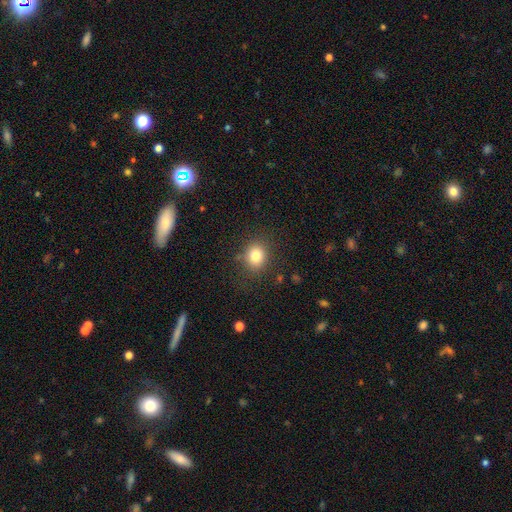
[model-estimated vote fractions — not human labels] smooth-or-featured: smooth: 81% | star or artifact: 12% | featured or disk: 8%
  how-rounded: round: 67% | in between: 32% | cigar-shaped: 1%
  merging: none: 83% | minor disturbance: 11% | major disturbance: 4% | merger: 2%